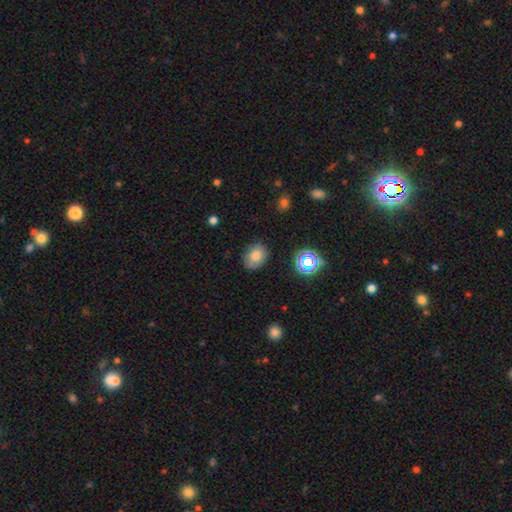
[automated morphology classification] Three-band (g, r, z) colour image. It shows a smooth galaxy with no disk features (75%) that is in between round and cigar-shaped (54%). Merging: none (81%).